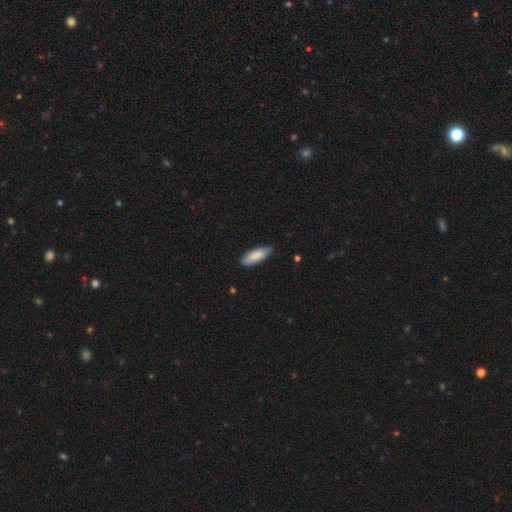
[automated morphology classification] A smooth galaxy with no disk features (85%) that is in between round and cigar-shaped (68%). Merging: none (77%).